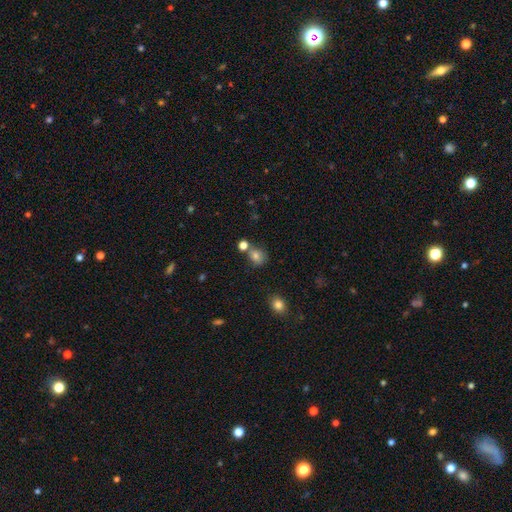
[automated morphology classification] smooth-or-featured: smooth: 76% | star or artifact: 13% | featured or disk: 10%
  how-rounded: round: 67% | in between: 32% | cigar-shaped: 1%
  merging: none: 60% | merger: 20% | minor disturbance: 15% | major disturbance: 5%